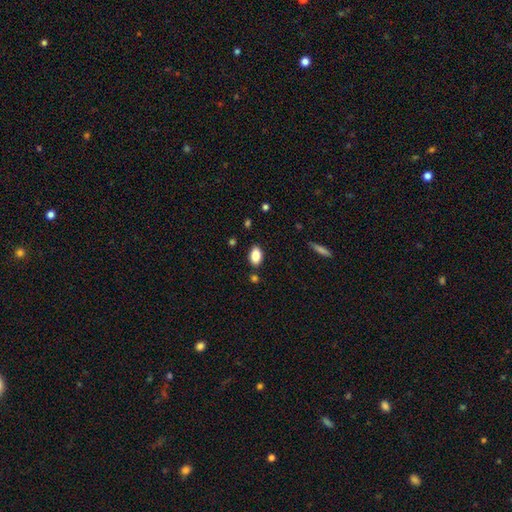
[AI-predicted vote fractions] Overall: smooth (85%). How rounded: in between (91%). Merging: none (85%).